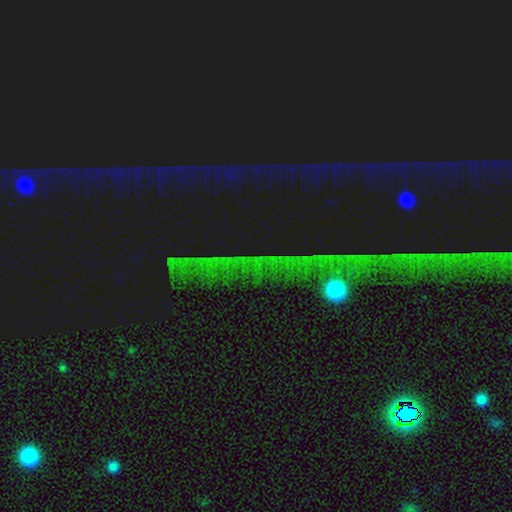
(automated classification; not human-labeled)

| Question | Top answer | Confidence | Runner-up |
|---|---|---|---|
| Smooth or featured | star or artifact | 81% | featured or disk (11%) |